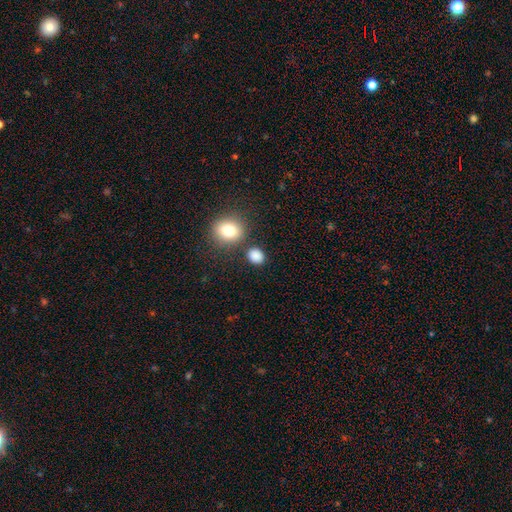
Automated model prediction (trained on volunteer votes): A smooth galaxy with no disk features (86%) that is round (61%). Merging: none (79%).